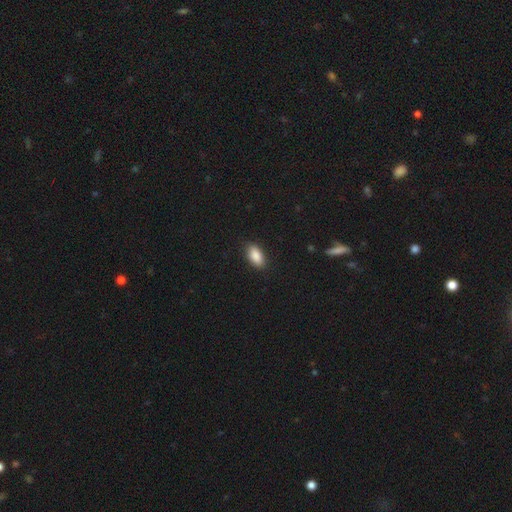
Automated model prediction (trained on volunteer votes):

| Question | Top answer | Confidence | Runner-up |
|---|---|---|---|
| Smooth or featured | smooth | 88% | star or artifact (7%) |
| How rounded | in between | 91% | cigar-shaped (5%) |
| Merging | none | 88% | minor disturbance (9%) |